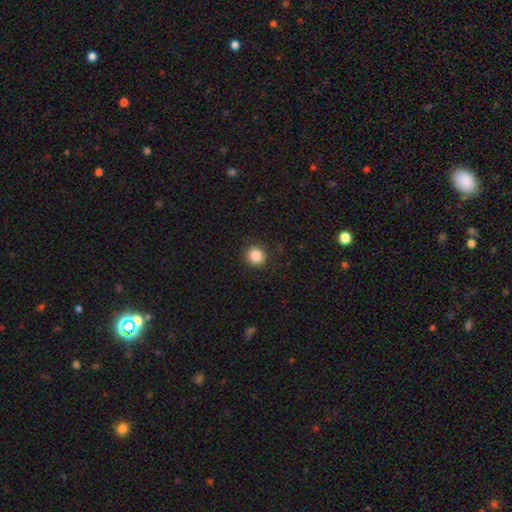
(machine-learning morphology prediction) smooth 85%, star or artifact 10%, featured or disk 5%. Down the decision tree: how rounded — round (92%); merging — none (90%).